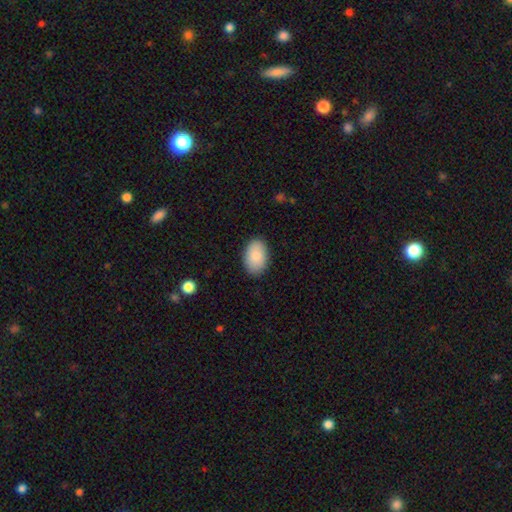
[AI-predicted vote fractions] smooth-or-featured: smooth: 86% | featured or disk: 7% | star or artifact: 6%
  how-rounded: in between: 91% | round: 8% | cigar-shaped: 1%
  merging: none: 88% | minor disturbance: 9% | major disturbance: 2% | merger: 1%